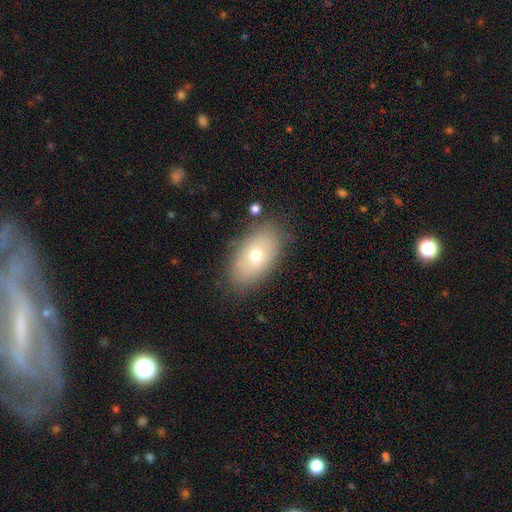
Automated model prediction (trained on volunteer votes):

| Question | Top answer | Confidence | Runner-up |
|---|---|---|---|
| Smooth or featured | smooth | 66% | featured or disk (24%) |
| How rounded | in between | 90% | round (7%) |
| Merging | none | 83% | minor disturbance (12%) |